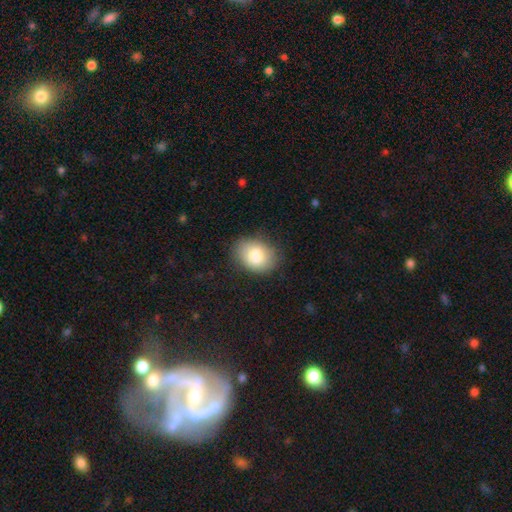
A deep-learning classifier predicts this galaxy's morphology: A smooth galaxy with no disk features (82%) that is in between round and cigar-shaped (71%).

Vote fractions:
- Smooth or featured? smooth: 82% / featured or disk: 11% / star or artifact: 8%
- How rounded? in between: 71% / round: 28% / cigar-shaped: 1%
- Merging? none: 83% / minor disturbance: 13% / major disturbance: 3% / merger: 1%